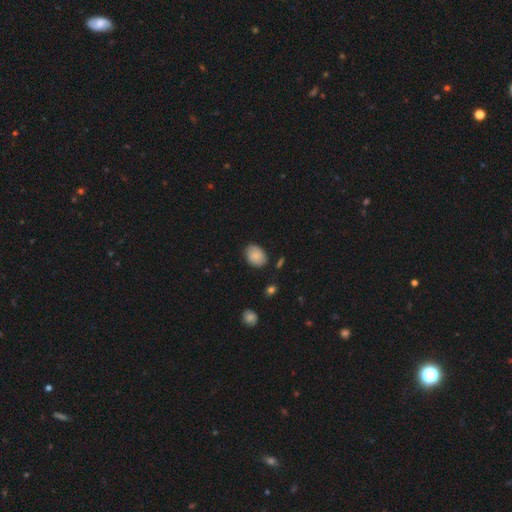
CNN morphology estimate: type=smooth (83%); roundness=in between (72%); merging=none (79%).